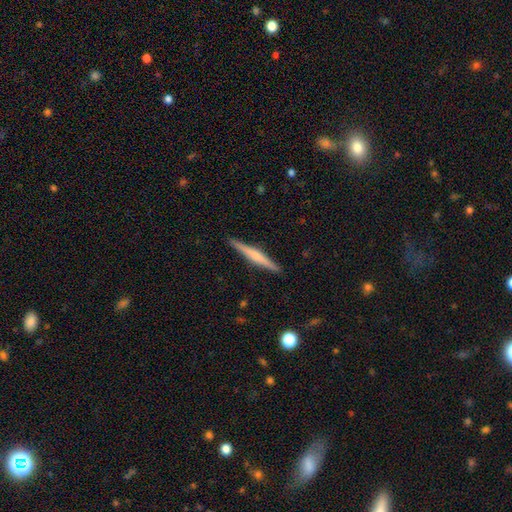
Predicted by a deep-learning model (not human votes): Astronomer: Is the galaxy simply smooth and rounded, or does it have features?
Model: featured or disk — 59% (runner-up: smooth, 36%).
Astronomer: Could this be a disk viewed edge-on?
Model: yes — 98%.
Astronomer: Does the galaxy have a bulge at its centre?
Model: rounded — 60%.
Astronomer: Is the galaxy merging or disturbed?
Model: none — 92%.